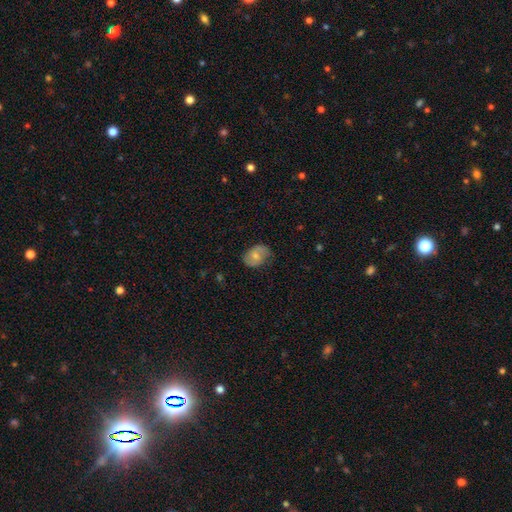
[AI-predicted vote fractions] Smooth or featured? Predicted: smooth (p=0.64). How rounded? Predicted: in between (p=0.75). Merging? Predicted: none (p=0.66).